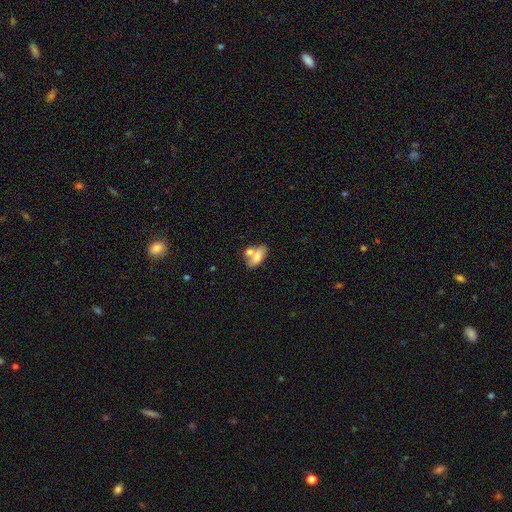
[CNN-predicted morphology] Overall: smooth (72%). How rounded: in between (85%). Merging: merger (42%; none 38%).